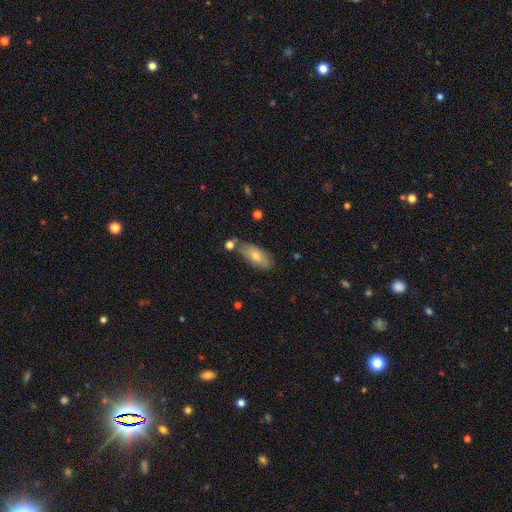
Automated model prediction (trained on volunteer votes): smooth 68%, featured or disk 24%, star or artifact 8%. Down the decision tree: how rounded — in between (81%); merging — none (71%).